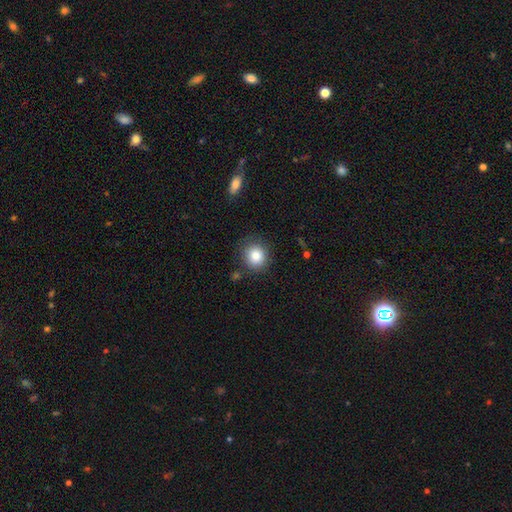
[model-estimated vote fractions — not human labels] Overall: smooth (83%). How rounded: round (87%). Merging: none (83%).